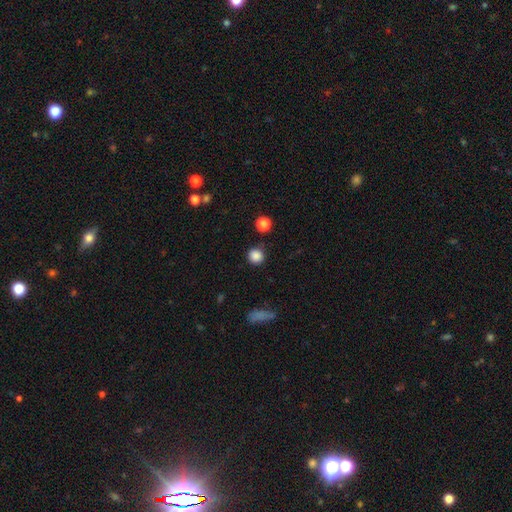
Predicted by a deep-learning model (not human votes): This is clearly a smooth galaxy (86%). How rounded: clearly round (92%). Merging: clearly none (86%).